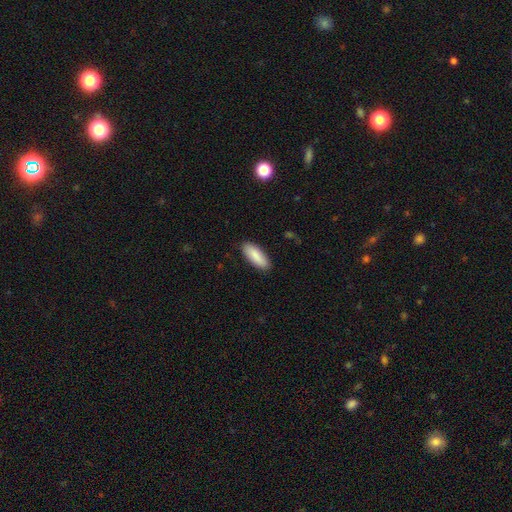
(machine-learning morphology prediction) Q: Smooth or featured?
A: smooth (88%); runner-up: featured or disk (7%)
Q: How rounded?
A: in between (71%); runner-up: cigar-shaped (28%)
Q: Merging?
A: none (87%); runner-up: minor disturbance (10%)